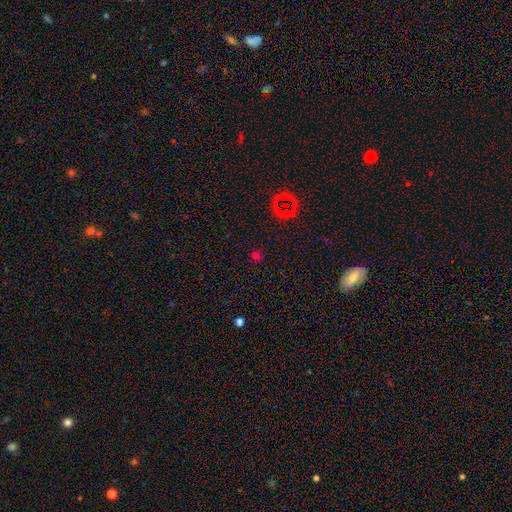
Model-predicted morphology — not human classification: The model was most divided on "smooth or featured": smooth: 51%, star or artifact: 42%, featured or disk: 7%. More confident: how rounded — round (90%); merging — none (84%).